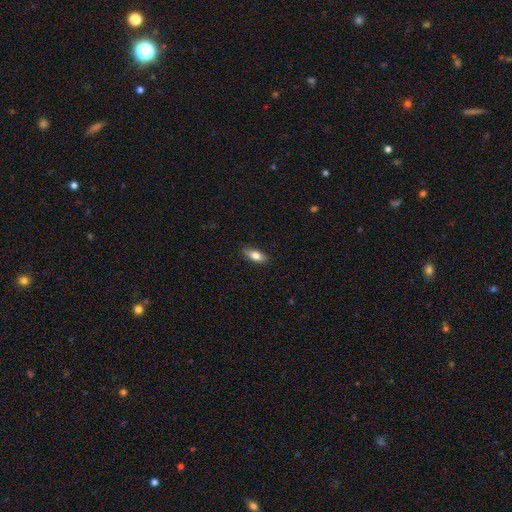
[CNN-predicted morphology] smooth-or-featured: smooth: 79% | featured or disk: 14% | star or artifact: 7%
  how-rounded: in between: 82% | cigar-shaped: 15% | round: 3%
  merging: none: 85% | minor disturbance: 12% | major disturbance: 2% | merger: 1%